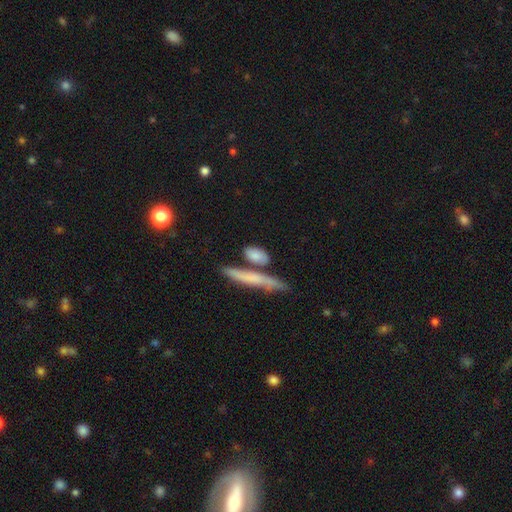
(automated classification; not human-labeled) Morphology: type=smooth (76%); roundness=in between (55%); merging=none (59%).